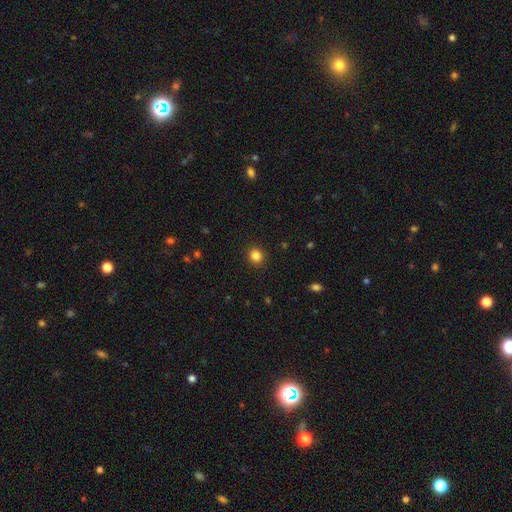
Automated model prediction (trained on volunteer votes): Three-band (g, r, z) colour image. It shows a smooth galaxy with no disk features (84%) that is round (85%). Merging: none (92%).